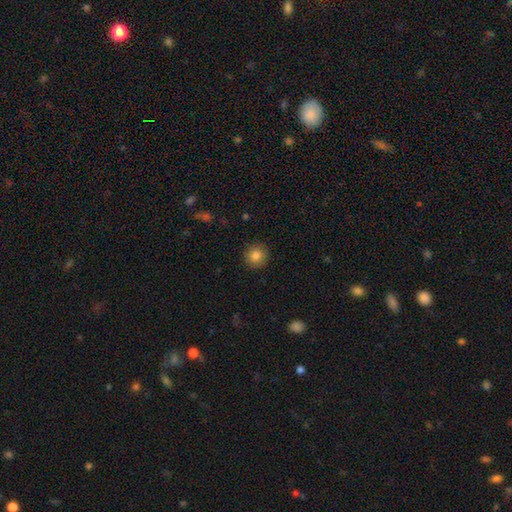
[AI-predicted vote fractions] The model was most divided on "smooth or featured": smooth: 84%, star or artifact: 10%, featured or disk: 6%. More confident: how rounded — round (93%); merging — none (91%).